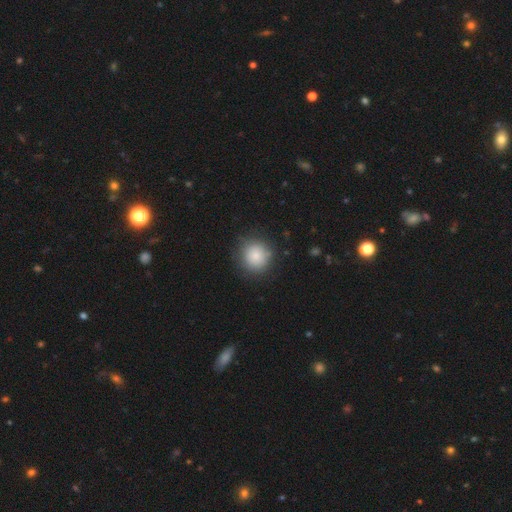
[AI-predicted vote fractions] A smooth galaxy with no disk features (84%) that is round (93%).

Vote fractions:
- Smooth or featured? smooth: 84% / star or artifact: 9% / featured or disk: 7%
- How rounded? round: 93% / in between: 6% / cigar-shaped: 1%
- Merging? none: 84% / minor disturbance: 11% / major disturbance: 3% / merger: 1%